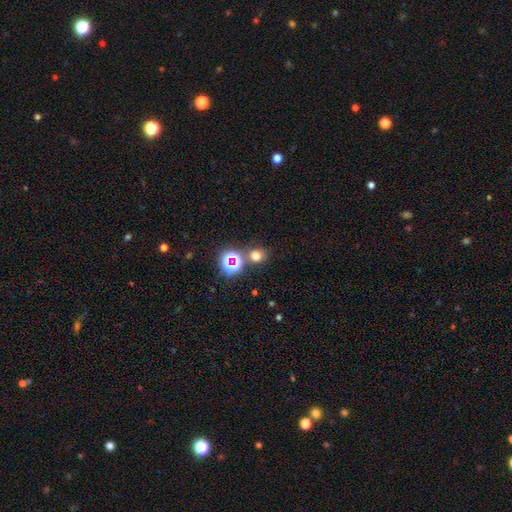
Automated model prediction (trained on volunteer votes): Smooth or featured?
  - smooth: 66% *
  - star or artifact: 27%
  - featured or disk: 7%
How rounded?
  - round: 77% *
  - in between: 22%
  - cigar-shaped: 1%
Merging?
  - none: 75% *
  - merger: 13%
  - minor disturbance: 9%
  - major disturbance: 4%